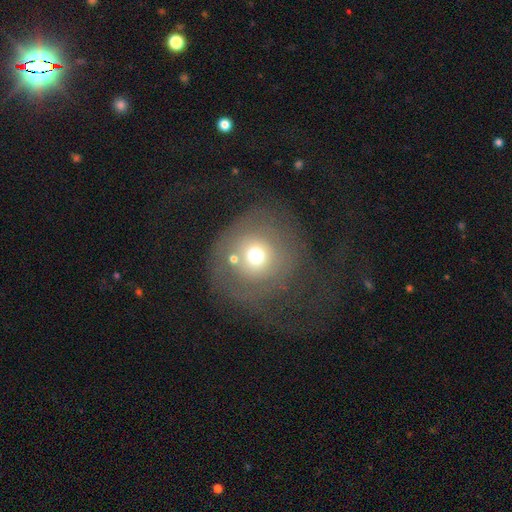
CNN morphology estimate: The model was most divided on "smooth or featured": smooth: 51%, featured or disk: 35%, star or artifact: 14%. More confident: how rounded — round (90%); merging — none (57%).